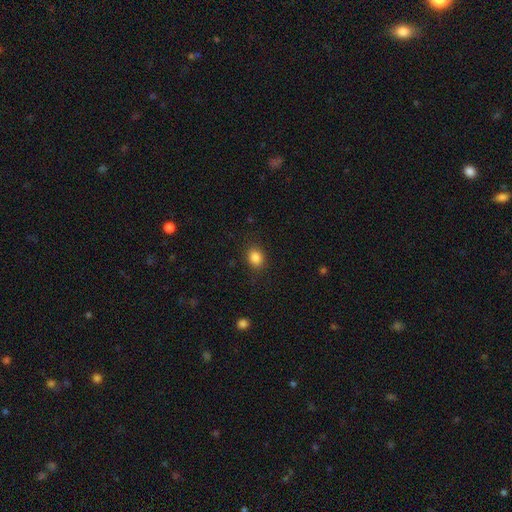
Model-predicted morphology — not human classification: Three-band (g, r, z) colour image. It shows a smooth galaxy with no disk features (86%) that is round (54%). Merging: none (86%).